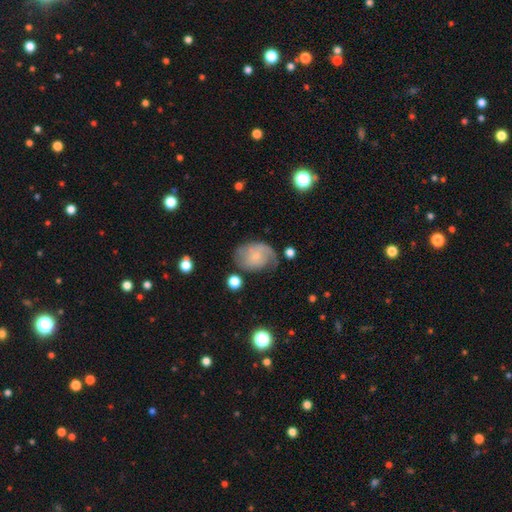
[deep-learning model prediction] A featured or disk galaxy (47%).

Vote fractions:
- Smooth or featured? featured or disk: 47% / smooth: 45% / star or artifact: 8%
- Merging? none: 52% / minor disturbance: 29% / major disturbance: 15% / merger: 4%